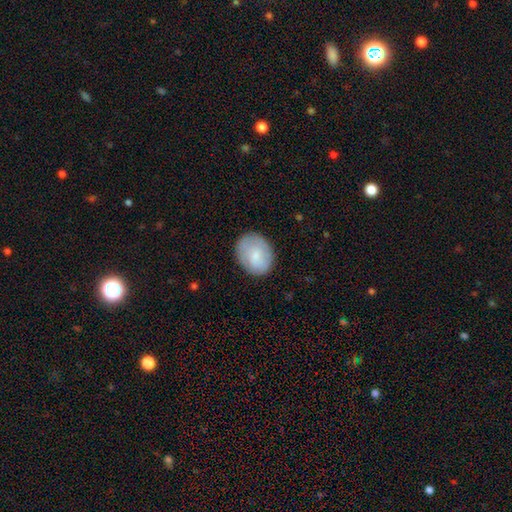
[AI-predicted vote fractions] A smooth galaxy with no disk features (72%) that is in between round and cigar-shaped (51%). Merging: none (80%).